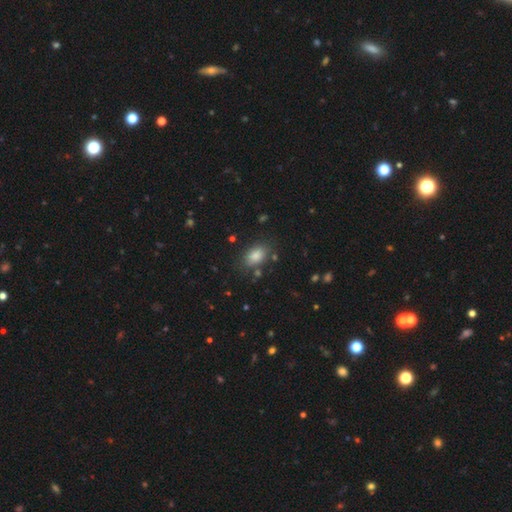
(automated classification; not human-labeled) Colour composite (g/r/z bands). It shows a smooth galaxy with no disk features (84%) that is in between round and cigar-shaped (86%). Merging: none (80%).